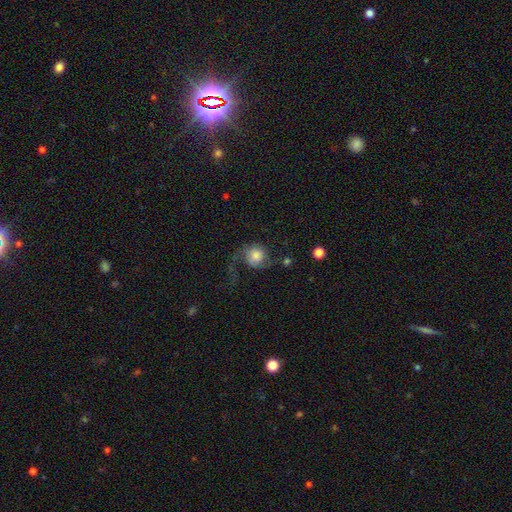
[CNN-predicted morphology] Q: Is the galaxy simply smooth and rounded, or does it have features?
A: smooth — 47%.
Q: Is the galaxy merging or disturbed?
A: major disturbance — 41%.